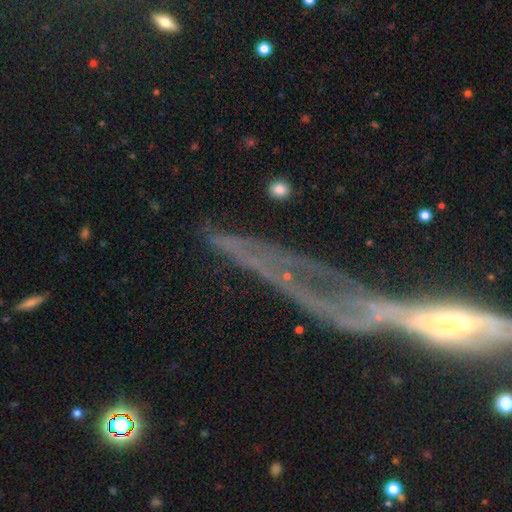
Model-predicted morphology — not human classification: type=featured or disk (51%); edge-on=no (54%); merging=none (48%).